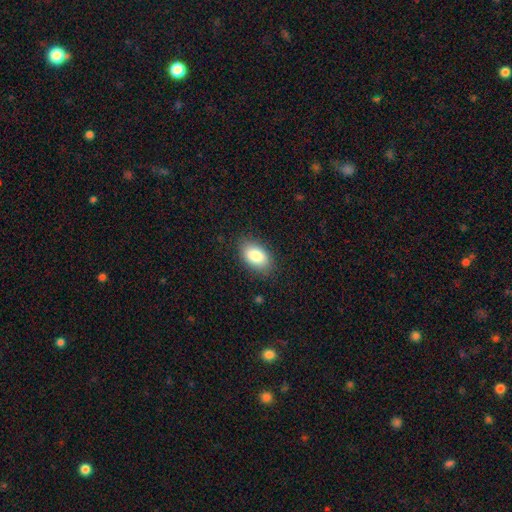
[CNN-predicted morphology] smooth_or_featured: smooth (p=0.84) [alt: featured or disk p=0.09]
how_rounded: in between (p=0.91) [alt: round p=0.08]
merging: none (p=0.83) [alt: minor disturbance p=0.13]